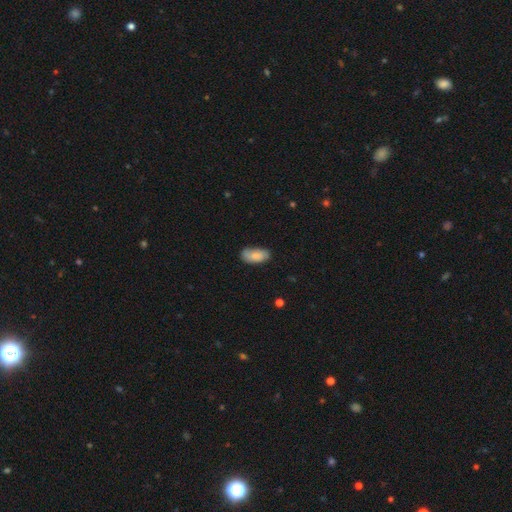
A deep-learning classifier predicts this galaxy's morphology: smooth_or_featured: smooth (p=0.78) [alt: featured or disk p=0.15]
how_rounded: in between (p=0.93) [alt: cigar-shaped p=0.04]
merging: none (p=0.69) [alt: minor disturbance p=0.24]